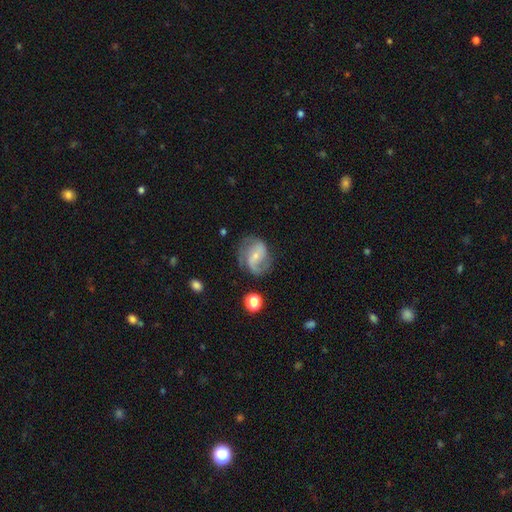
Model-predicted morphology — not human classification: type=featured or disk (76%); edge-on=no (97%); bar=weak (43%); spiral arms=yes (92%); winding=medium (45%); arm count=2 (72%); bulge=small (65%); merging=none (61%).